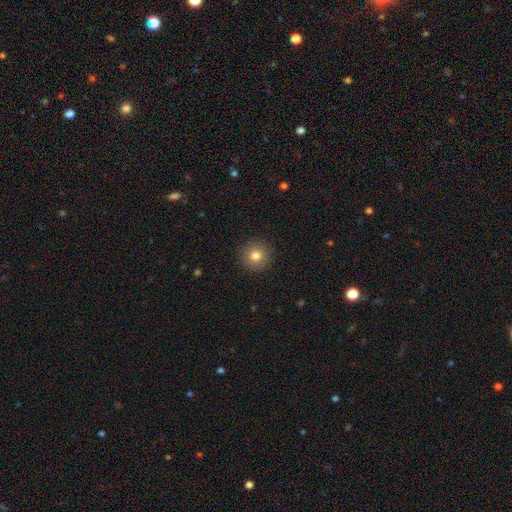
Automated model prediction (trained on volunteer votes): Smooth or featured: smooth — 81% (star or artifact — 12%)
How rounded: round — 95% (in between — 4%)
Merging: none — 92% (minor disturbance — 5%)